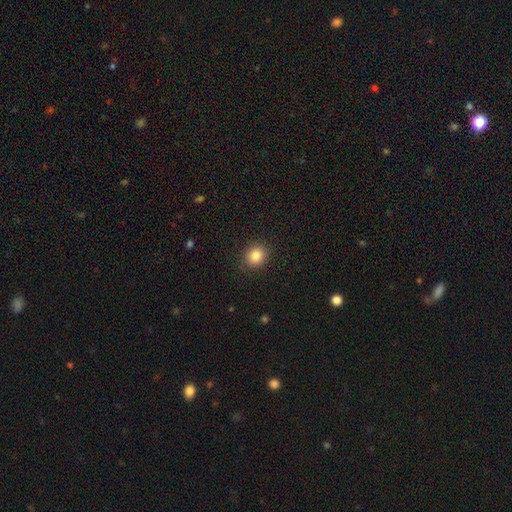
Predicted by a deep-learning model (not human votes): Q: Smooth or featured?
A: smooth (84%); runner-up: star or artifact (10%)
Q: How rounded?
A: round (74%); runner-up: in between (25%)
Q: Merging?
A: none (88%); runner-up: minor disturbance (8%)